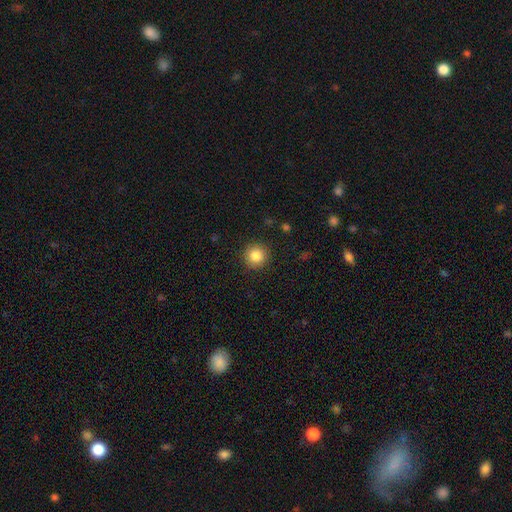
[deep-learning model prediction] Smooth or featured? Predicted: smooth (p=0.84). How rounded? Predicted: round (p=0.95). Merging? Predicted: none (p=0.91).